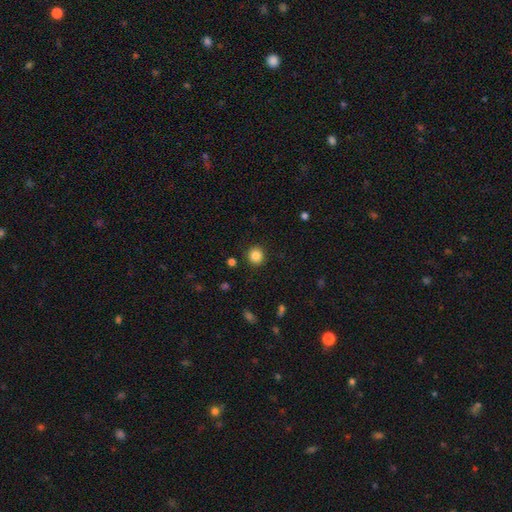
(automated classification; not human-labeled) The model was most divided on "smooth or featured": smooth: 85%, star or artifact: 11%, featured or disk: 4%. More confident: how rounded — round (93%); merging — none (91%).